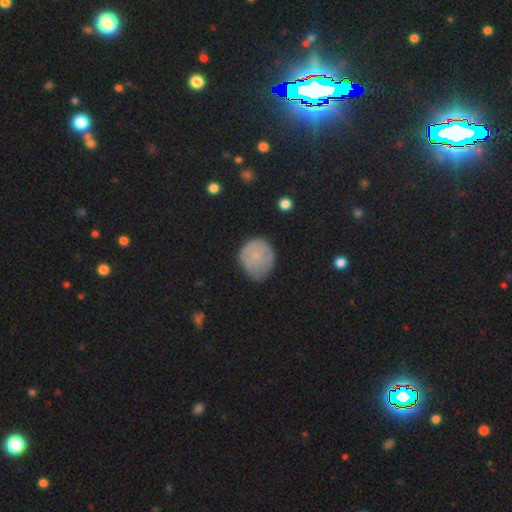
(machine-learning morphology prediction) This appears to be a smooth galaxy with no disk features (61%) that is round (75%). Merging: none (54%).